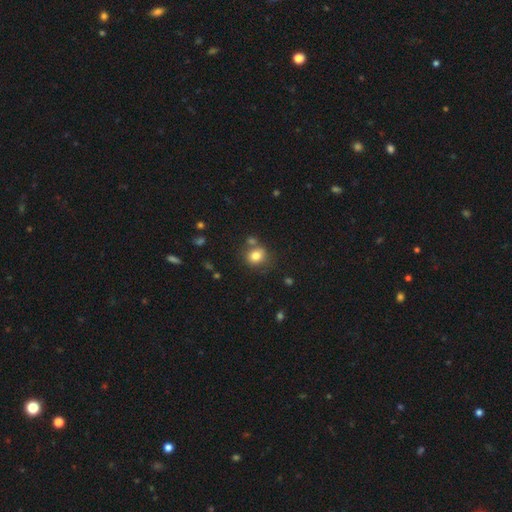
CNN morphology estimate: smooth 80%, star or artifact 11%, featured or disk 9%. Down the decision tree: how rounded — round (70%); merging — none (67%).